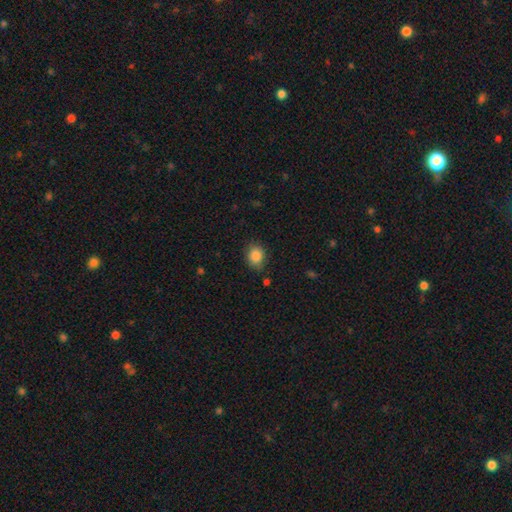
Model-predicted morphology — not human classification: Smooth or featured?
  - smooth: 87% *
  - star or artifact: 9%
  - featured or disk: 4%
How rounded?
  - round: 53% *
  - in between: 47%
  - cigar-shaped: 1%
Merging?
  - none: 79% *
  - minor disturbance: 16%
  - major disturbance: 4%
  - merger: 2%